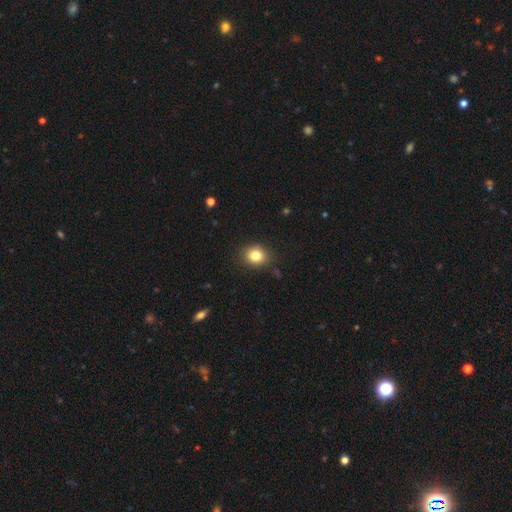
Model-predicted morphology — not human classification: Smooth or featured? smooth (81%)
How rounded? round (71%)
Merging? none (87%)